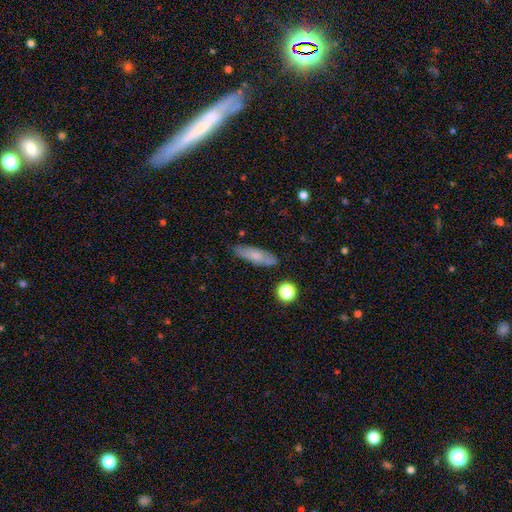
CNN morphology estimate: smooth 68%, featured or disk 24%, star or artifact 8%. Down the decision tree: how rounded — cigar-shaped (56%); merging — none (83%).